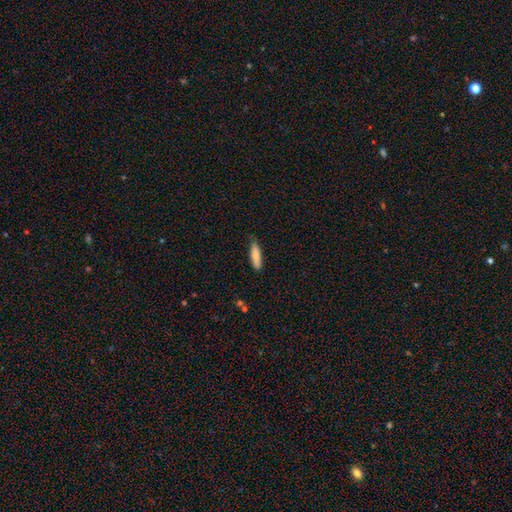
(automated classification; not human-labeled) Smooth or featured? Predicted: smooth (p=0.83). How rounded? Predicted: cigar-shaped (p=0.65). Merging? Predicted: none (p=0.79).